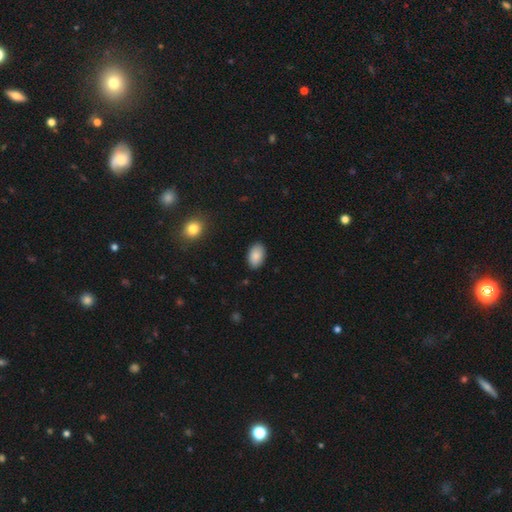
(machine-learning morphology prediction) A smooth galaxy with no disk features (87%) that is in between round and cigar-shaped (93%).

Vote fractions:
- Smooth or featured? smooth: 87% / star or artifact: 7% / featured or disk: 6%
- How rounded? in between: 93% / round: 6% / cigar-shaped: 1%
- Merging? none: 88% / minor disturbance: 9% / major disturbance: 2% / merger: 1%